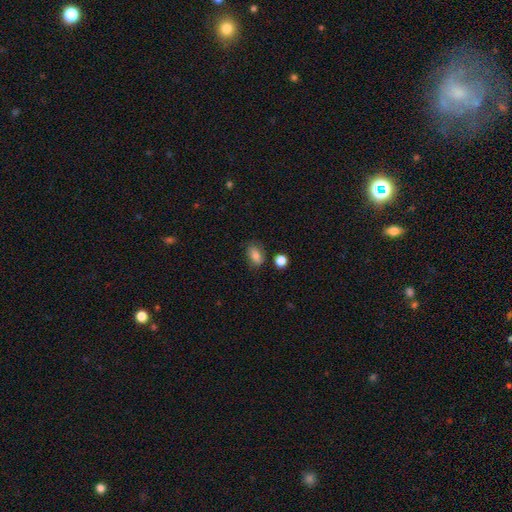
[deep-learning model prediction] This is likely a smooth galaxy (75%). How rounded: clearly in between (81%). Merging: likely none (70%).